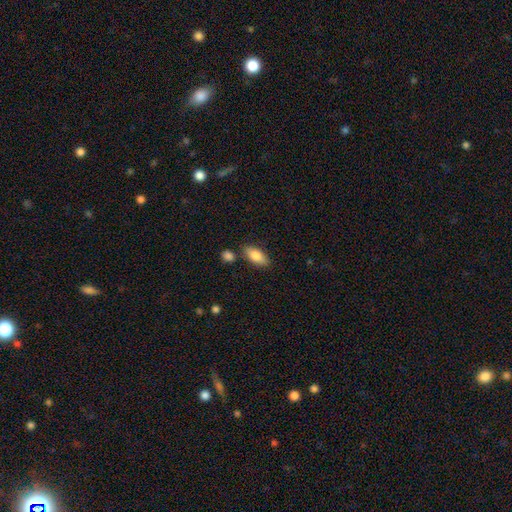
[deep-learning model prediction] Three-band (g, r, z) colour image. It shows a smooth galaxy with no disk features (82%) that is in between round and cigar-shaped (88%). Merging: none (79%).